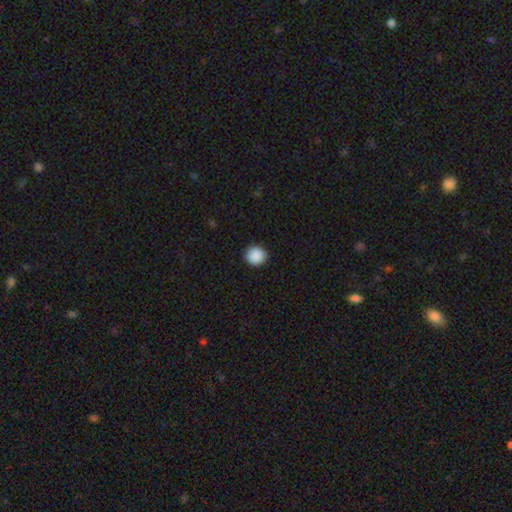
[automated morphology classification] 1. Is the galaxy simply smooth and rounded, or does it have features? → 90% smooth, 8% star or artifact, 2% featured or disk.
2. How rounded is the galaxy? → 93% round, 6% in between, 1% cigar-shaped.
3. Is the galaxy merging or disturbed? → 92% none, 5% minor disturbance, 2% major disturbance, 1% merger.